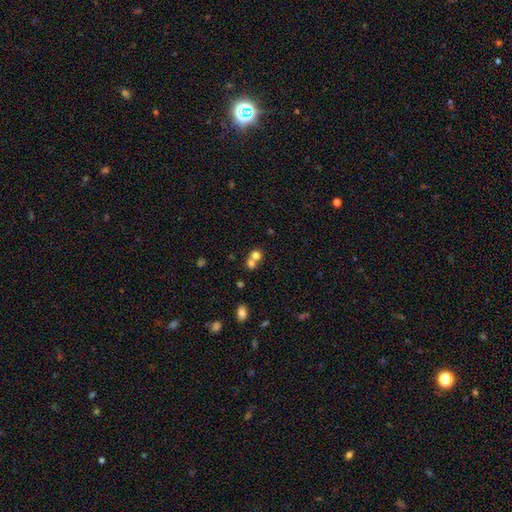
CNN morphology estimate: smooth 70%, star or artifact 17%, featured or disk 14%. Down the decision tree: how rounded — round (79%); merging — merger (53%).